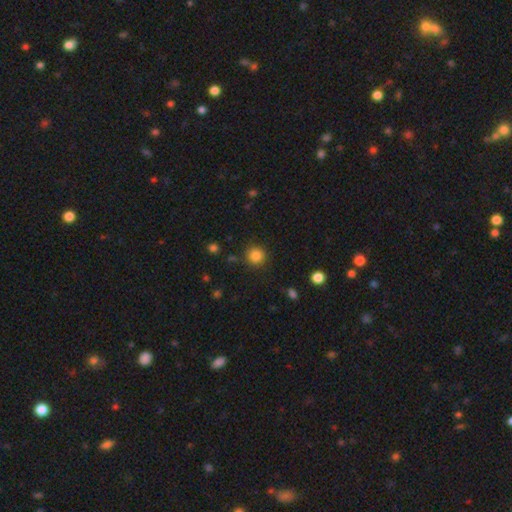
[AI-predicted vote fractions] Smooth or featured: smooth — 84% (star or artifact — 11%)
How rounded: round — 94% (in between — 5%)
Merging: none — 88% (minor disturbance — 7%)